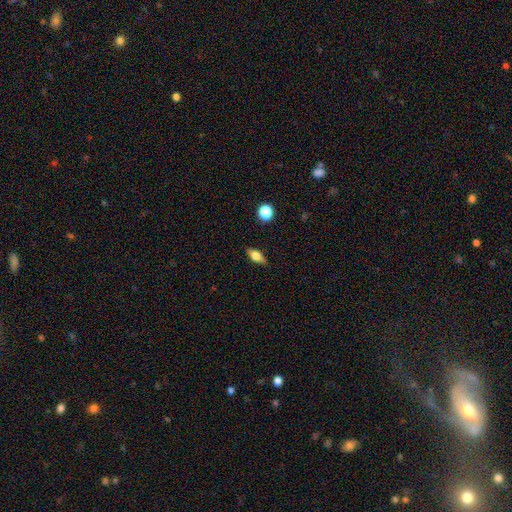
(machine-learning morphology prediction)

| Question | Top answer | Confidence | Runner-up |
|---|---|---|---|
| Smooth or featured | smooth | 59% | featured or disk (32%) |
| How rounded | in between | 75% | cigar-shaped (16%) |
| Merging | none | 84% | minor disturbance (12%) |